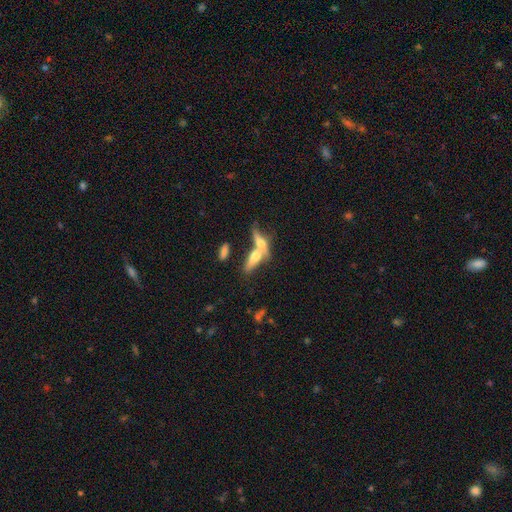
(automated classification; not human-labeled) A smooth galaxy with no disk features (48%). Merging: merger (57%).